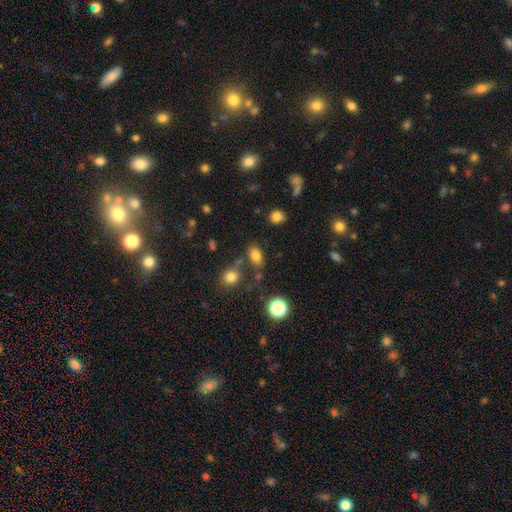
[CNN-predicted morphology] A smooth galaxy with no disk features (79%) that is in between round and cigar-shaped (83%).

Vote fractions:
- Smooth or featured? smooth: 79% / star or artifact: 13% / featured or disk: 8%
- How rounded? in between: 83% / round: 15% / cigar-shaped: 2%
- Merging? none: 69% / minor disturbance: 14% / merger: 11% / major disturbance: 5%